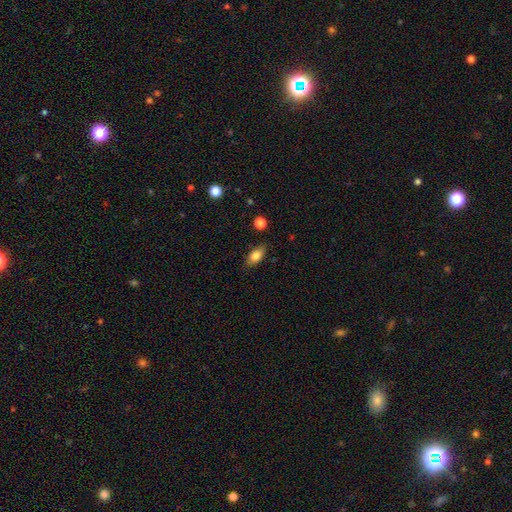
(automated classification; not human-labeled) Overall: smooth (79%). How rounded: in between (85%). Merging: none (84%).